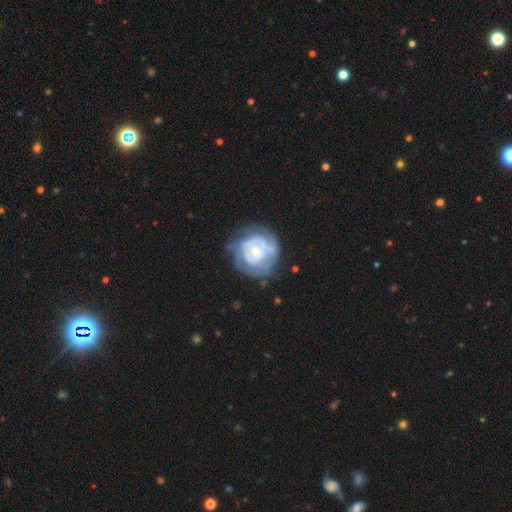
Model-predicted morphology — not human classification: Q: Smooth or featured?
A: featured or disk (71%); runner-up: smooth (22%)
Q: Edge-on disk?
A: no (97%); runner-up: yes (3%)
Q: Bar?
A: no (76%); runner-up: weak (20%)
Q: Spiral arms?
A: yes (70%); runner-up: no (30%)
Q: Bulge size?
A: small (55%); runner-up: moderate (38%)
Q: Merging?
A: none (65%); runner-up: minor disturbance (21%)